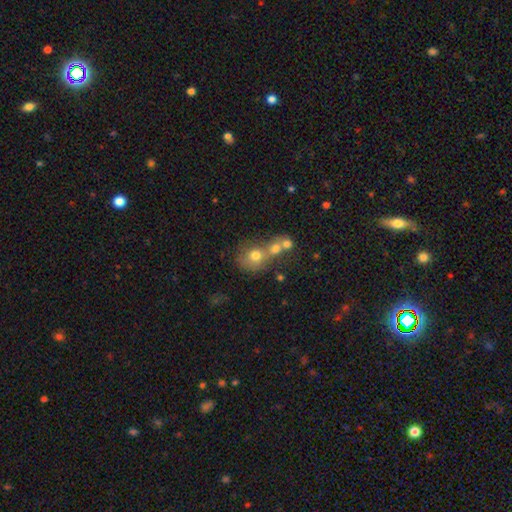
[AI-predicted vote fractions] This is likely a smooth galaxy (67%). How rounded: likely round (71%). Merging: likely merger (60%).